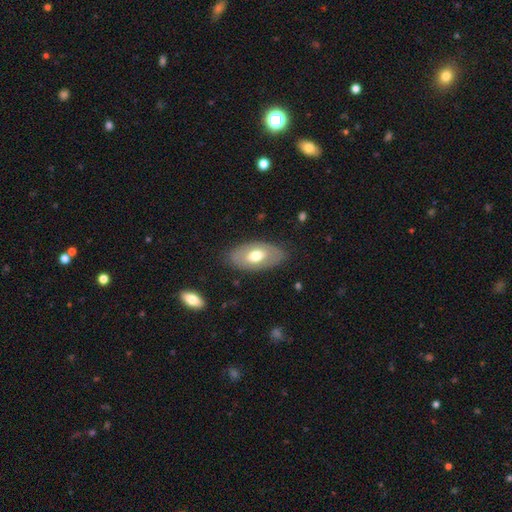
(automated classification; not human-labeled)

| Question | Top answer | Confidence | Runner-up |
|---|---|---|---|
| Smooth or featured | smooth | 57% | featured or disk (37%) |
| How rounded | in between | 93% | round (5%) |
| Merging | none | 81% | minor disturbance (13%) |